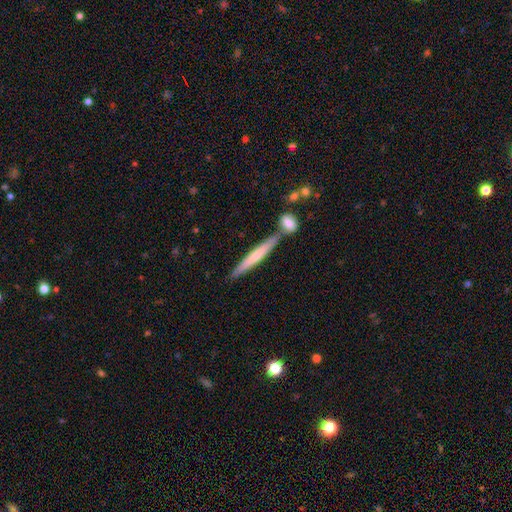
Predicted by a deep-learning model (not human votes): A smooth galaxy with no disk features (56%) that is cigar-shaped (95%).

Vote fractions:
- Smooth or featured? smooth: 56% / featured or disk: 38% / star or artifact: 5%
- How rounded? cigar-shaped: 95% / in between: 4% / round: 1%
- Merging? none: 72% / merger: 15% / minor disturbance: 11% / major disturbance: 3%